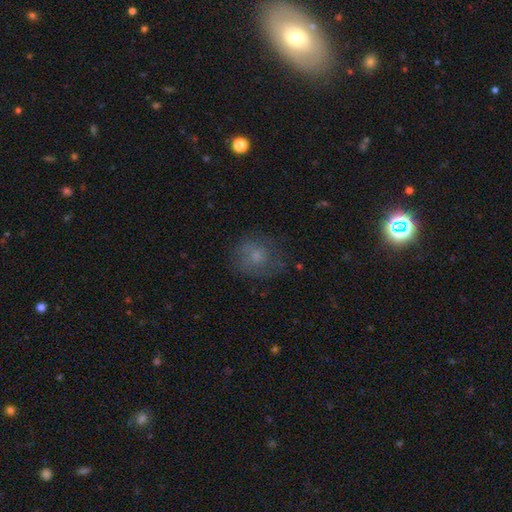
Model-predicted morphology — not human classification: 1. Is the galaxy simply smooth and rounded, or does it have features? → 60% smooth, 27% featured or disk, 14% star or artifact.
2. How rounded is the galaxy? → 75% round, 24% in between, 1% cigar-shaped.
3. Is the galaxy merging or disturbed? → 64% none, 22% minor disturbance, 12% major disturbance, 2% merger.